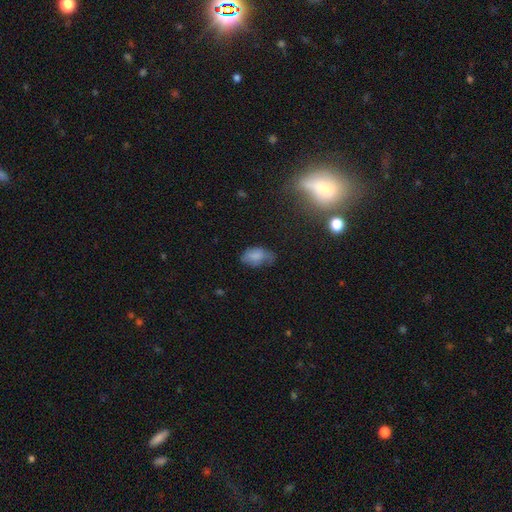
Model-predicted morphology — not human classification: A smooth galaxy with no disk features (75%) that is in between round and cigar-shaped (90%).

Vote fractions:
- Smooth or featured? smooth: 75% / featured or disk: 14% / star or artifact: 11%
- How rounded? in between: 90% / round: 8% / cigar-shaped: 2%
- Merging? none: 41% / minor disturbance: 39% / major disturbance: 17% / merger: 3%